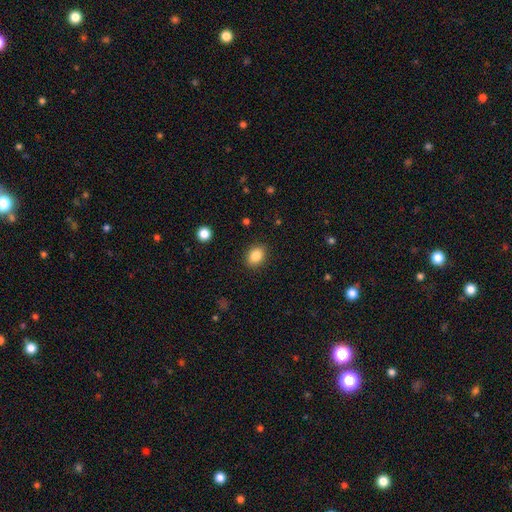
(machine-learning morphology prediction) Smooth or featured? smooth (85%)
How rounded? in between (62%)
Merging? none (88%)